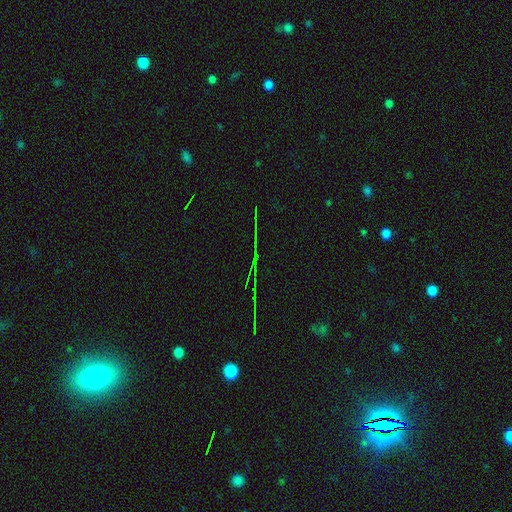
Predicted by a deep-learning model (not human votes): Smooth or featured: star or artifact — 80% (featured or disk — 11%)